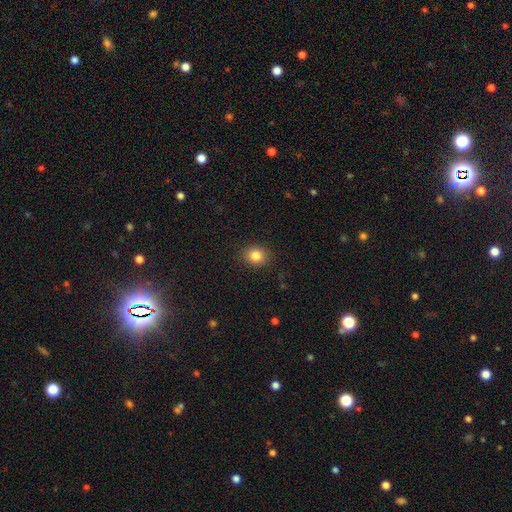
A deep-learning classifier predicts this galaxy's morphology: smooth_or_featured: smooth (p=0.83) [alt: star or artifact p=0.11]
how_rounded: round (p=0.70) [alt: in between p=0.29]
merging: none (p=0.89) [alt: minor disturbance p=0.08]